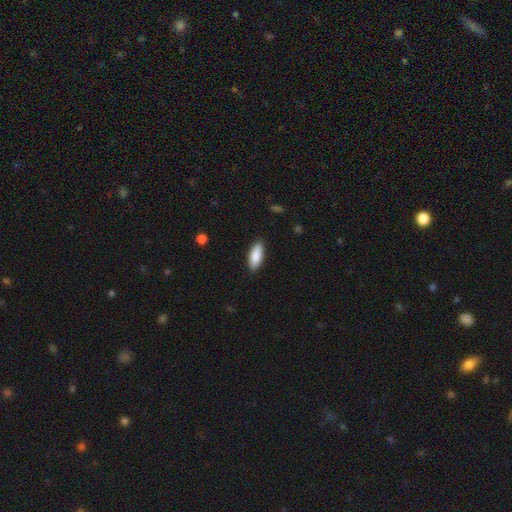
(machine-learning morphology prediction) smooth_or_featured: smooth (p=0.87) [alt: featured or disk p=0.07]
how_rounded: in between (p=0.74) [alt: cigar-shaped p=0.24]
merging: none (p=0.89) [alt: minor disturbance p=0.09]